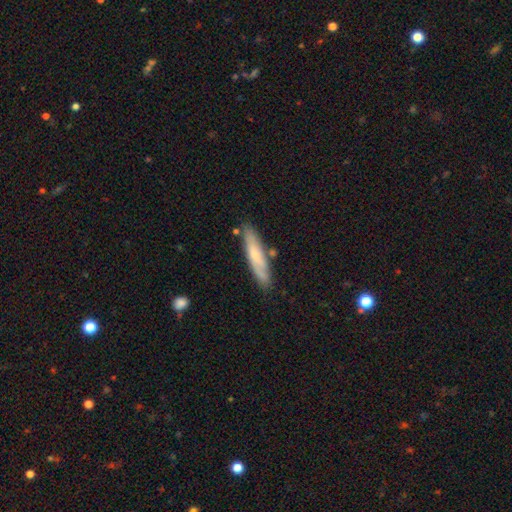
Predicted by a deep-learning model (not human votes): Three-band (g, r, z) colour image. It shows a smooth galaxy with no disk features (61%) that is cigar-shaped (84%). Merging: none (77%).